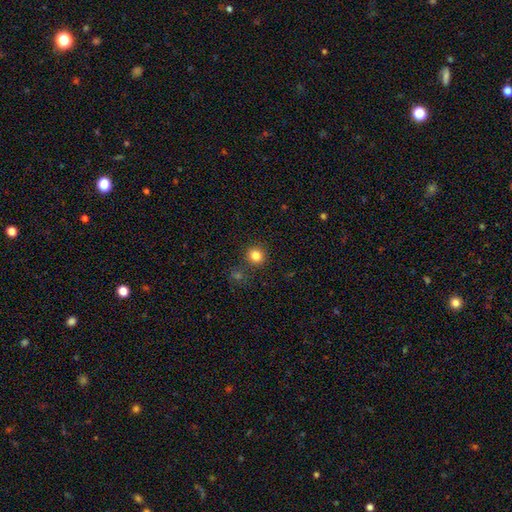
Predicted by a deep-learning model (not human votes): smooth-or-featured: smooth: 82% | star or artifact: 13% | featured or disk: 5%
  how-rounded: round: 90% | in between: 9% | cigar-shaped: 1%
  merging: none: 86% | minor disturbance: 7% | merger: 5% | major disturbance: 2%